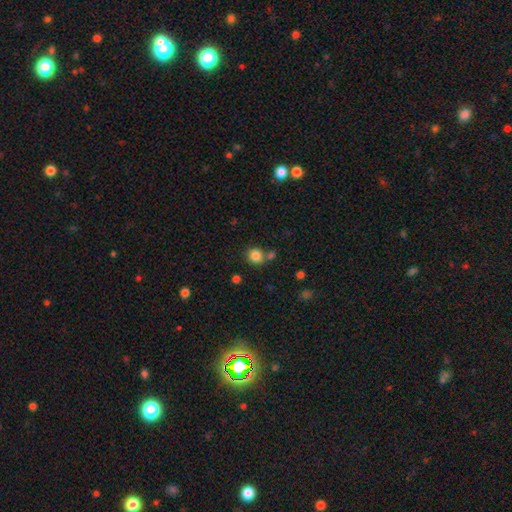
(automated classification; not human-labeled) Smooth or featured? Predicted: smooth (p=0.83). How rounded? Predicted: round (p=0.82). Merging? Predicted: none (p=0.68).